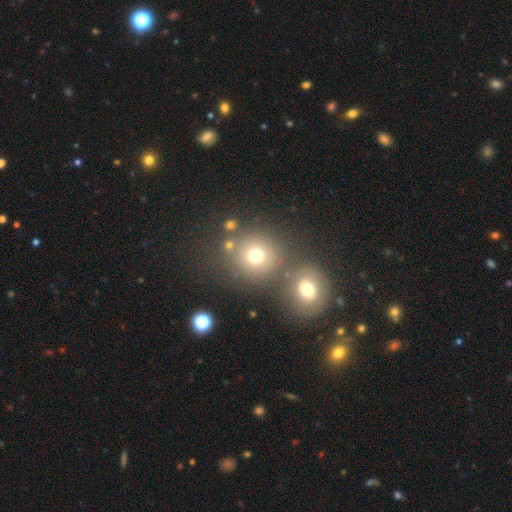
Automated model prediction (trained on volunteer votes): smooth-or-featured: smooth: 73% | star or artifact: 17% | featured or disk: 10%
  how-rounded: round: 87% | in between: 12% | cigar-shaped: 1%
  merging: none: 66% | merger: 22% | minor disturbance: 8% | major disturbance: 4%